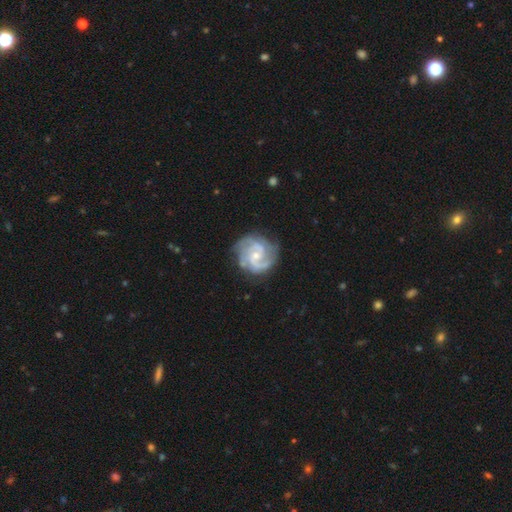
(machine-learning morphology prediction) This appears to be a featured or disk galaxy (89%) with no bar (53%), 2 (60%) medium (47%) spiral arms (98%) and a small central bulge (60%). Merging: none (75%).